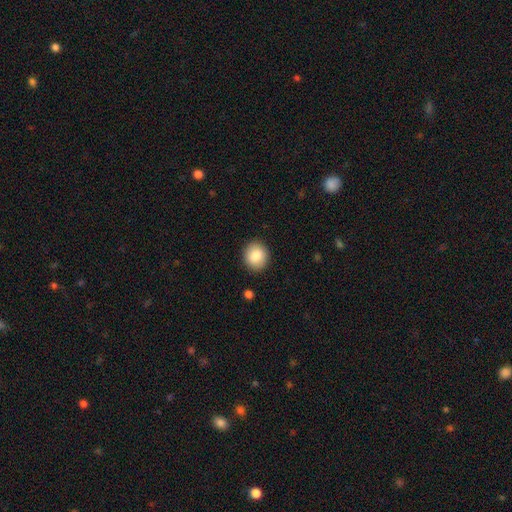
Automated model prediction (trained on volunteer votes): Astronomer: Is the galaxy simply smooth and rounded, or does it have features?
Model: smooth — 85%.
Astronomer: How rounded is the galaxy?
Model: round — 78%.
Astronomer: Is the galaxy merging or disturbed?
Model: none — 91%.